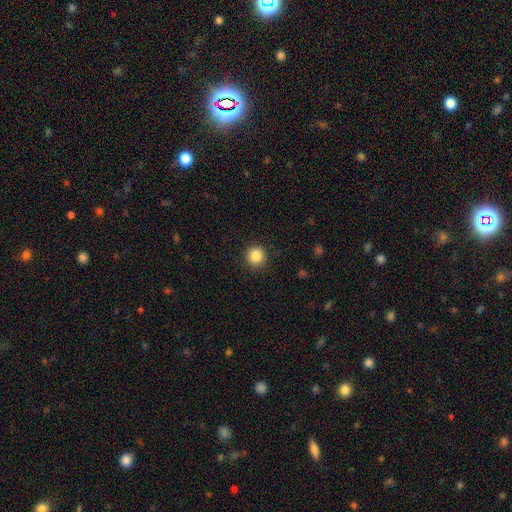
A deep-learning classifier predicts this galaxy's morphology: Smooth or featured?
  - smooth: 86% *
  - star or artifact: 10%
  - featured or disk: 4%
How rounded?
  - round: 95% *
  - in between: 4%
  - cigar-shaped: 1%
Merging?
  - none: 91% *
  - minor disturbance: 6%
  - major disturbance: 2%
  - merger: 1%